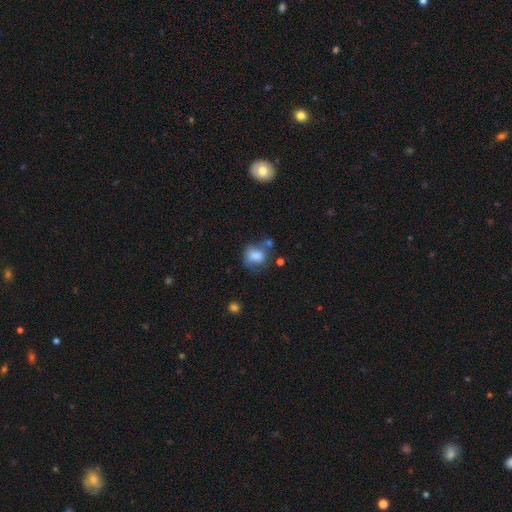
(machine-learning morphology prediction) Q: Smooth or featured?
A: smooth (76%); runner-up: featured or disk (14%)
Q: How rounded?
A: round (56%); runner-up: in between (43%)
Q: Merging?
A: none (45%); runner-up: minor disturbance (27%)